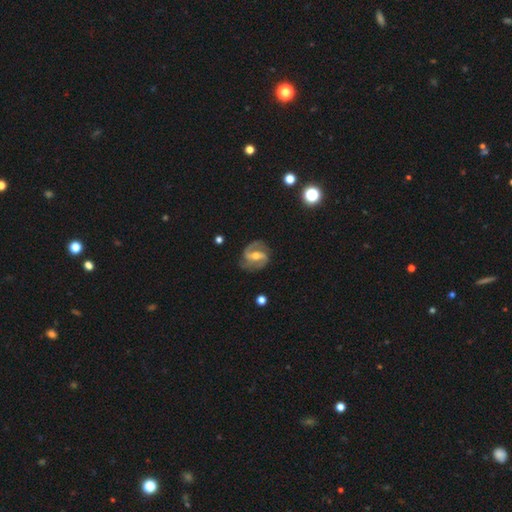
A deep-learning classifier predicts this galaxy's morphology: featured or disk 88%, smooth 7%, star or artifact 5%. Down the decision tree: edge-on disk — no (97%); bar — strong (47%); spiral arms — yes (96%); spiral arm count — 2 (86%); spiral winding — medium (52%); bulge size — moderate (59%); merging — none (78%).